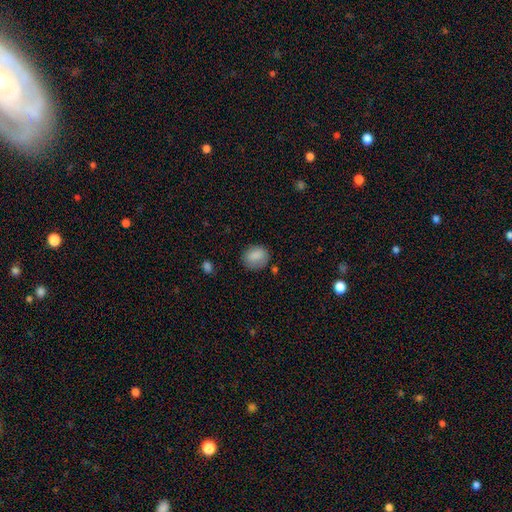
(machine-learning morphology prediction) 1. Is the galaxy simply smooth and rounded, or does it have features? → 86% smooth, 9% star or artifact, 6% featured or disk.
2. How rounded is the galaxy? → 59% round, 40% in between, 1% cigar-shaped.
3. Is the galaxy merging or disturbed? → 77% none, 16% minor disturbance, 5% major disturbance, 2% merger.